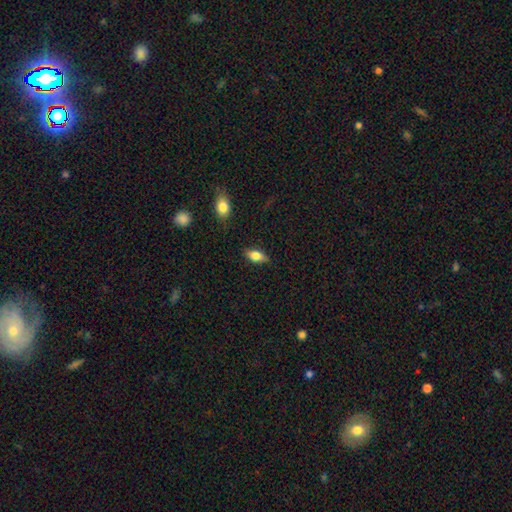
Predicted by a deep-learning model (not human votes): smooth_or_featured: smooth (p=0.76) [alt: featured or disk p=0.17]
how_rounded: in between (p=0.86) [alt: cigar-shaped p=0.09]
merging: none (p=0.83) [alt: minor disturbance p=0.13]